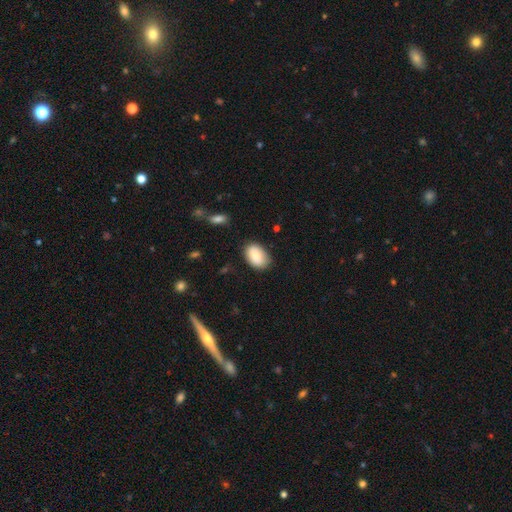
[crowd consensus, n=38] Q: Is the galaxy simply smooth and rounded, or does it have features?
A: smooth — 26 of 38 (68%).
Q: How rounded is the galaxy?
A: in between — 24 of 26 (92%).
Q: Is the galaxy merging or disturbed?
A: none — 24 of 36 (67%).